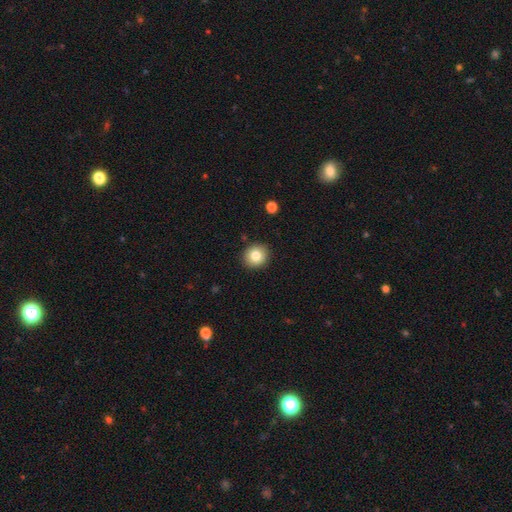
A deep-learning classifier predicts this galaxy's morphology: This appears to be a smooth galaxy with no disk features (82%) that is round (83%). Merging: none (90%).